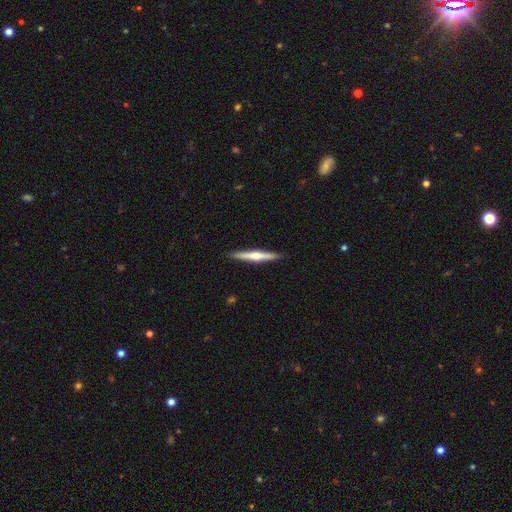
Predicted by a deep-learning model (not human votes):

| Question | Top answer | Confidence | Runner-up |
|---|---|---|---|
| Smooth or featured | featured or disk | 62% | smooth (33%) |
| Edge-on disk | yes | 98% | no (2%) |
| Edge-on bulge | rounded | 85% | none (9%) |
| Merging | none | 92% | minor disturbance (6%) |